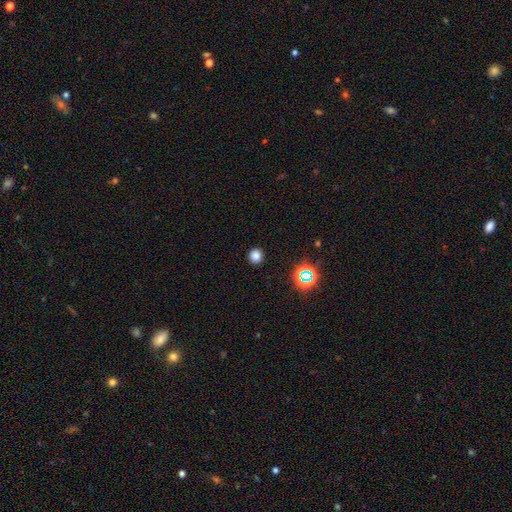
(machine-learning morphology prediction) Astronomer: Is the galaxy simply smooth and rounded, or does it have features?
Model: smooth — 79%.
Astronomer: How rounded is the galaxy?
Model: round — 91%.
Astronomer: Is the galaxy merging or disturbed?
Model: none — 91%.